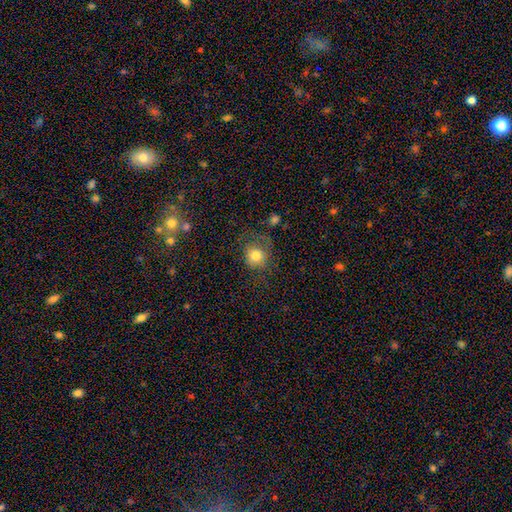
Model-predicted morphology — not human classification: Smooth or featured?
  - smooth: 77% *
  - featured or disk: 12%
  - star or artifact: 11%
How rounded?
  - round: 79% *
  - in between: 20%
  - cigar-shaped: 1%
Merging?
  - none: 55% *
  - minor disturbance: 23%
  - major disturbance: 19%
  - merger: 3%